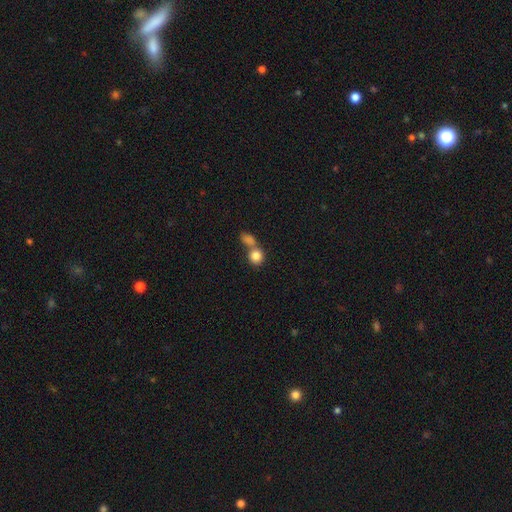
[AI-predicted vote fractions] A smooth galaxy with no disk features (84%) that is round (82%).

Vote fractions:
- Smooth or featured? smooth: 84% / star or artifact: 9% / featured or disk: 7%
- How rounded? round: 82% / in between: 17% / cigar-shaped: 1%
- Merging? merger: 52% / none: 38% / minor disturbance: 7% / major disturbance: 4%